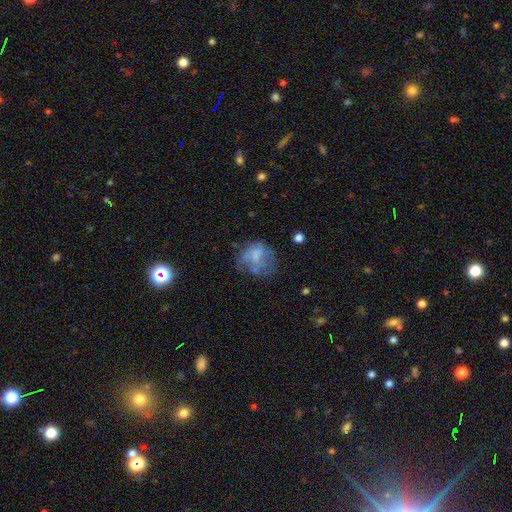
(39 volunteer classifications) smooth 56%, featured or disk 33%, star or artifact 10%. Down the decision tree: how rounded — in between (59%); merging — none (54%).